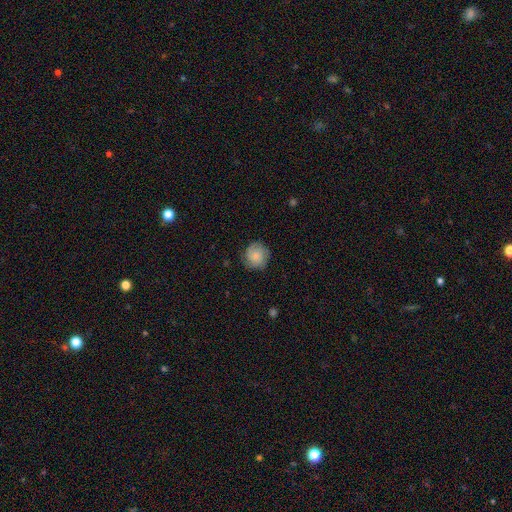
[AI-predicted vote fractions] Morphology: type=smooth (52%); roundness=round (88%); merging=none (79%).